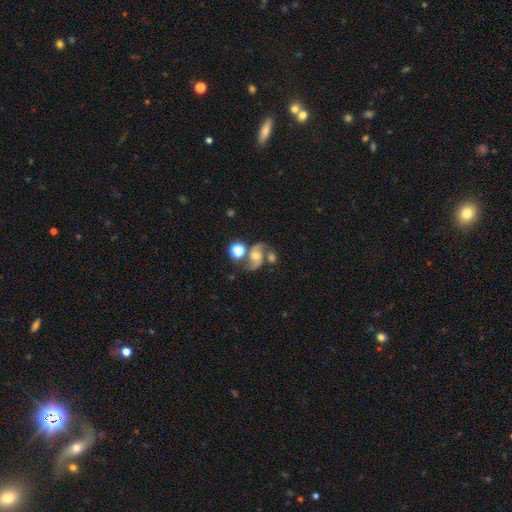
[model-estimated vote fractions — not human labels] Smooth or featured: featured or disk — 81% (smooth — 10%)
Edge-on disk: no — 98% (yes — 2%)
Bar: no — 63% (weak — 29%)
Spiral arms: yes — 96% (no — 4%)
Spiral winding: loose — 46% (medium — 44%)
Spiral arm count: 2 — 92% (1 — 2%)
Bulge size: moderate — 60% (small — 28%)
Merging: none — 55% (merger — 20%)